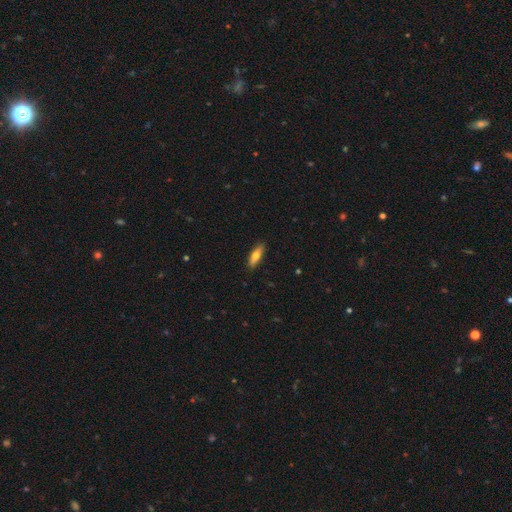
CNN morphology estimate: smooth_or_featured: smooth (p=0.67) [alt: featured or disk p=0.27]
how_rounded: cigar-shaped (p=0.52) [alt: in between p=0.45]
merging: none (p=0.89) [alt: minor disturbance p=0.09]